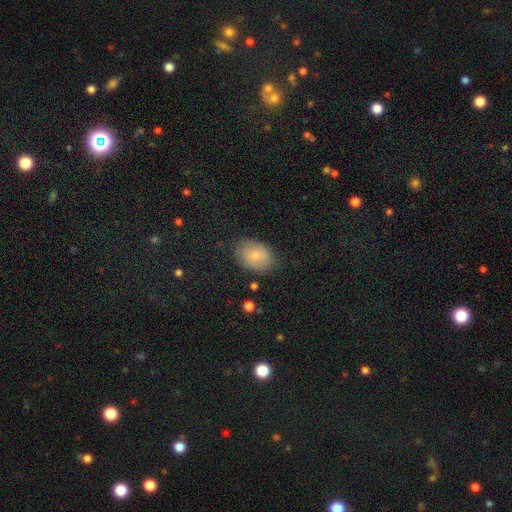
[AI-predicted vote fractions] This appears to be a smooth galaxy with no disk features (76%) that is in between round and cigar-shaped (77%). Merging: none (81%).